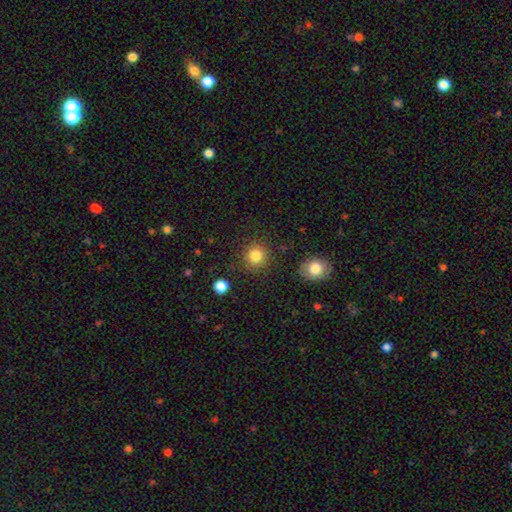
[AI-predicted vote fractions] smooth-or-featured: smooth: 84% | star or artifact: 10% | featured or disk: 6%
  how-rounded: round: 91% | in between: 8% | cigar-shaped: 1%
  merging: none: 87% | minor disturbance: 8% | major disturbance: 3% | merger: 2%